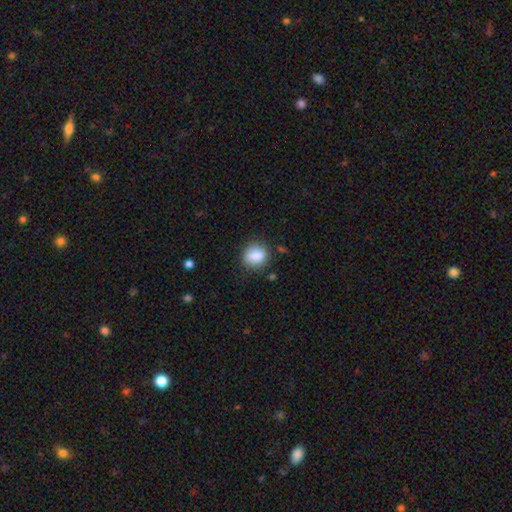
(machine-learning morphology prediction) smooth-or-featured: smooth: 84% | star or artifact: 8% | featured or disk: 7%
  how-rounded: round: 62% | in between: 36% | cigar-shaped: 2%
  merging: none: 76% | minor disturbance: 16% | major disturbance: 5% | merger: 4%